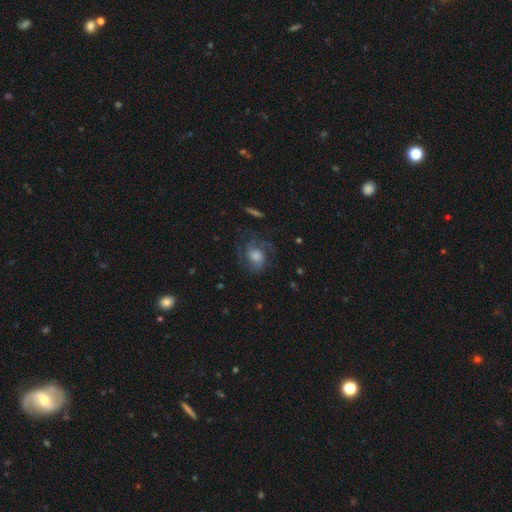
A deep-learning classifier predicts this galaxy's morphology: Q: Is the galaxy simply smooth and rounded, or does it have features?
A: featured or disk — 73%.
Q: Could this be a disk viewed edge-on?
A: no — 97%.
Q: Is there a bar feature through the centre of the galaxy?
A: no — 63%.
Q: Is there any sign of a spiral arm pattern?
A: yes — 94%.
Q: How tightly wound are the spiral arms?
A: medium — 49%.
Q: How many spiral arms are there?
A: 2 — 53%.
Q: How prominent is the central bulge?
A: moderate — 40%.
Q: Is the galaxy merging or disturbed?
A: none — 69%.